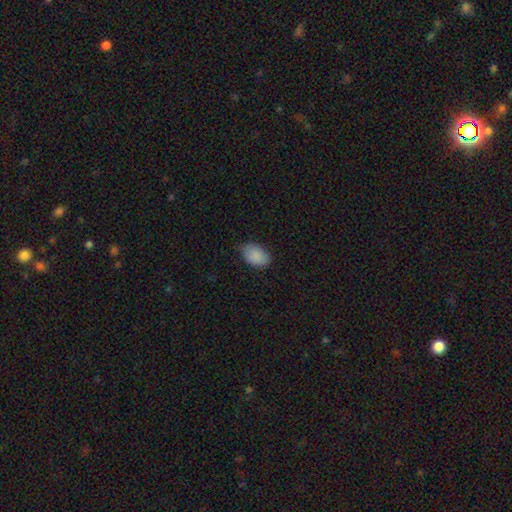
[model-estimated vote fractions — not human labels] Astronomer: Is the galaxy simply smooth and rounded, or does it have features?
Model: smooth — 89%.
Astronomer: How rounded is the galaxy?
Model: in between — 90%.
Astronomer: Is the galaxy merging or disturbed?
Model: none — 73%.